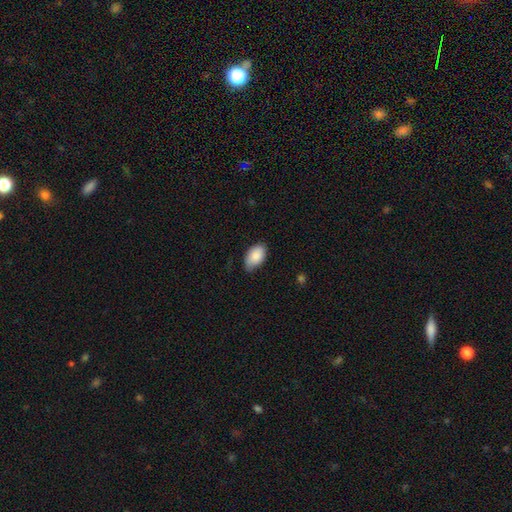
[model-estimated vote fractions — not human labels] Smooth or featured? smooth (86%)
How rounded? in between (93%)
Merging? none (69%)